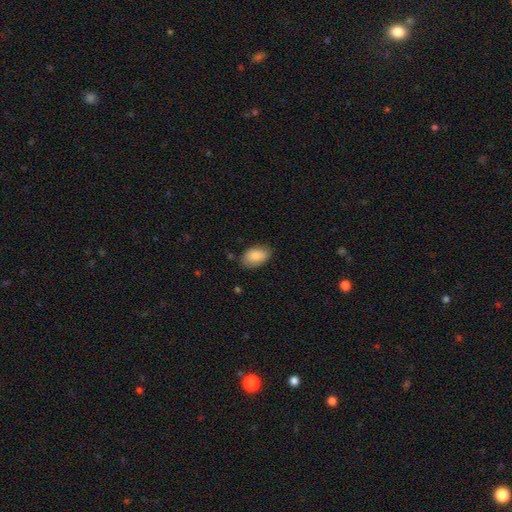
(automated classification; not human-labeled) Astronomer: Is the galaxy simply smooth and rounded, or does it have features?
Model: smooth — 86%.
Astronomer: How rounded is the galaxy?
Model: in between — 91%.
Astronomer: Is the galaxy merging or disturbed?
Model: none — 78%.